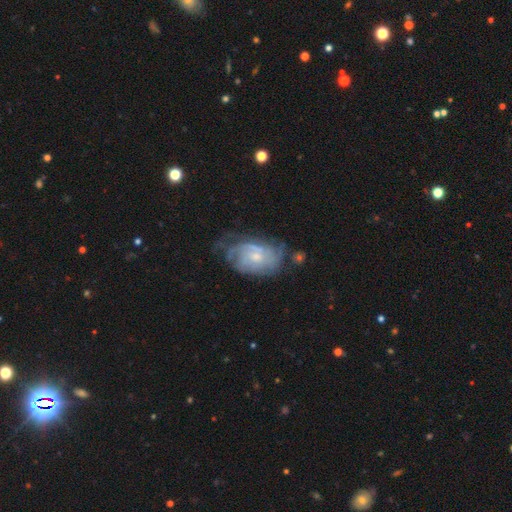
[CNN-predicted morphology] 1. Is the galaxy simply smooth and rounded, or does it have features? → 78% featured or disk, 15% smooth, 6% star or artifact.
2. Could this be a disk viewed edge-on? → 97% no, 3% yes.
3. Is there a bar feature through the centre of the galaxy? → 61% no, 34% weak, 4% strong.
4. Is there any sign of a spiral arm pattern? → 91% yes, 9% no.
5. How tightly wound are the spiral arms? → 58% tight, 32% medium, 11% loose.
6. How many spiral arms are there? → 46% can't tell, 21% 2, 14% 3, 8% 4, 6% 1, 4% more than 4.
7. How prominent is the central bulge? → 57% small, 36% moderate, 4% none, 2% large, 1% dominant.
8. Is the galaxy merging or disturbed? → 49% none, 28% minor disturbance, 19% major disturbance, 4% merger.